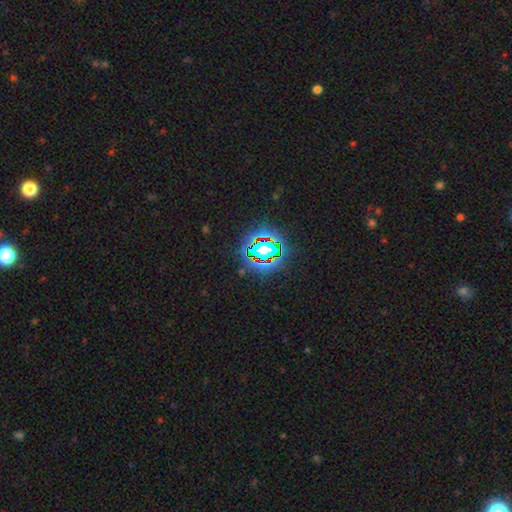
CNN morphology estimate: star or artifact 81%, smooth 11%, featured or disk 7%.